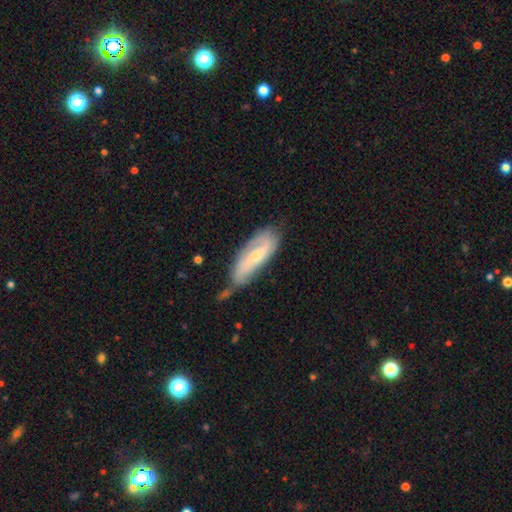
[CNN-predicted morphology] featured or disk 64%, smooth 30%, star or artifact 6%. Down the decision tree: edge-on disk — no (86%); bar — weak (39%); spiral arms — yes (84%); bulge size — small (56%); merging — none (54%).